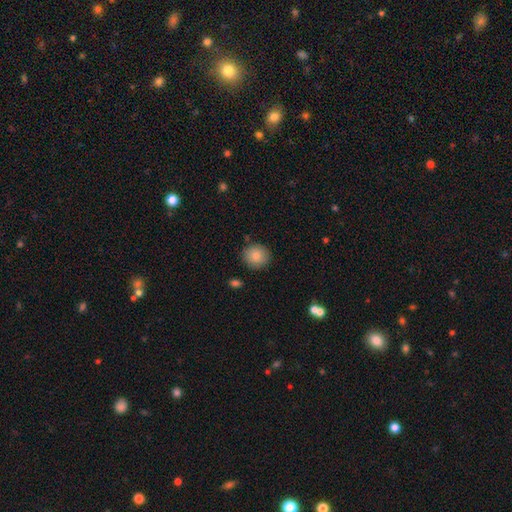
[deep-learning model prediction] Smooth or featured?
  - smooth: 85% *
  - star or artifact: 8%
  - featured or disk: 7%
How rounded?
  - round: 86% *
  - in between: 13%
  - cigar-shaped: 1%
Merging?
  - none: 88% *
  - minor disturbance: 8%
  - major disturbance: 2%
  - merger: 2%